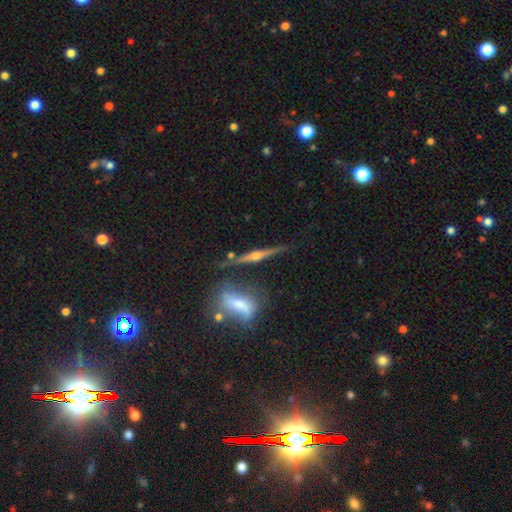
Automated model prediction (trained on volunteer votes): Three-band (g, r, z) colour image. It shows a featured or disk galaxy (75%) viewed edge-on (96%) with a rounded central bulge (90%). Merging: none (76%).